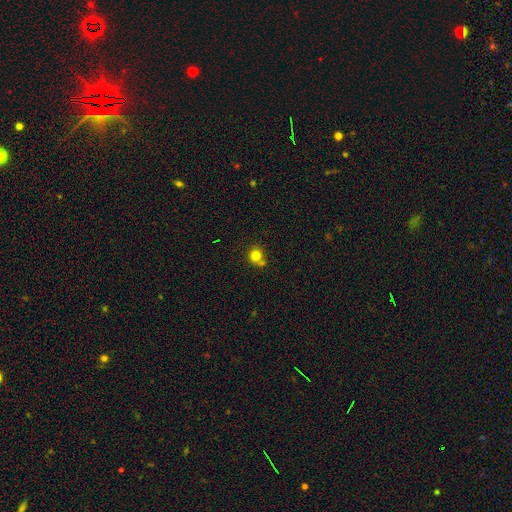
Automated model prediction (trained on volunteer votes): Smooth or featured?
  - smooth: 79% *
  - star or artifact: 12%
  - featured or disk: 9%
How rounded?
  - round: 87% *
  - in between: 12%
  - cigar-shaped: 1%
Merging?
  - none: 60% *
  - merger: 23%
  - minor disturbance: 13%
  - major disturbance: 4%